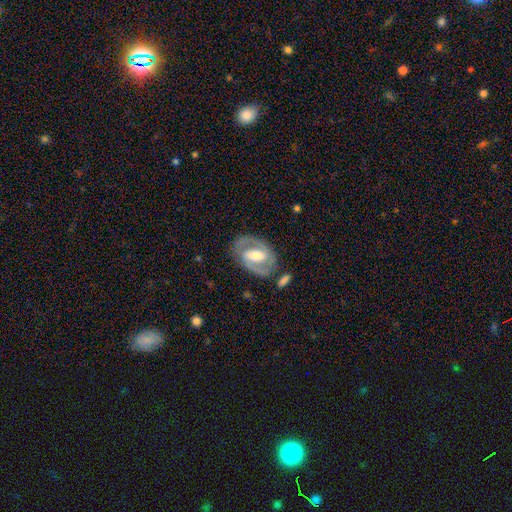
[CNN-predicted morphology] Q: Smooth or featured?
A: featured or disk (81%); runner-up: smooth (14%)
Q: Edge-on disk?
A: no (96%); runner-up: yes (4%)
Q: Bar?
A: strong (42%); runner-up: weak (40%)
Q: Spiral arms?
A: yes (86%); runner-up: no (14%)
Q: Spiral winding?
A: medium (50%); runner-up: tight (38%)
Q: Spiral arm count?
A: 2 (87%); runner-up: can't tell (7%)
Q: Bulge size?
A: moderate (65%); runner-up: small (19%)
Q: Merging?
A: none (77%); runner-up: minor disturbance (14%)